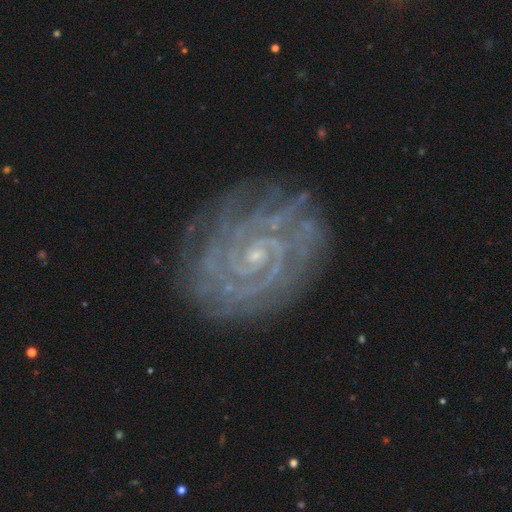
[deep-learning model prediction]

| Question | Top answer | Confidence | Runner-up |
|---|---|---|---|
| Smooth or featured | featured or disk | 84% | star or artifact (9%) |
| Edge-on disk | no | 98% | yes (2%) |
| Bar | no | 55% | weak (33%) |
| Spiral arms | yes | 96% | no (4%) |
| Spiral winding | tight | 81% | medium (15%) |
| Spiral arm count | can't tell | 32% | 2 (19%) |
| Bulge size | small | 83% | moderate (12%) |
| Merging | none | 83% | minor disturbance (12%) |